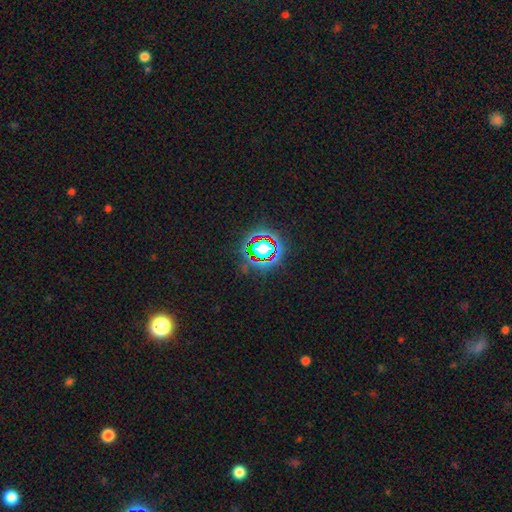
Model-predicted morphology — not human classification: This is clearly a star or artifact rather than a galaxy (81%).